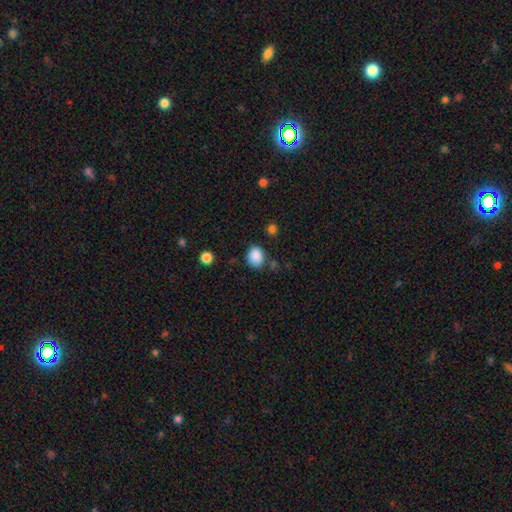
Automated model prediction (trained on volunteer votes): Smooth or featured? Predicted: smooth (p=0.88). How rounded? Predicted: round (p=0.56). Merging? Predicted: none (p=0.76).